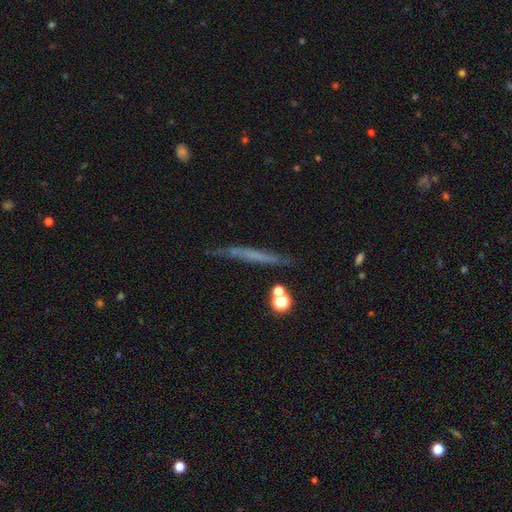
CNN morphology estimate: smooth 45%, featured or disk 44%, star or artifact 11%. Down the decision tree: merging — none (70%).